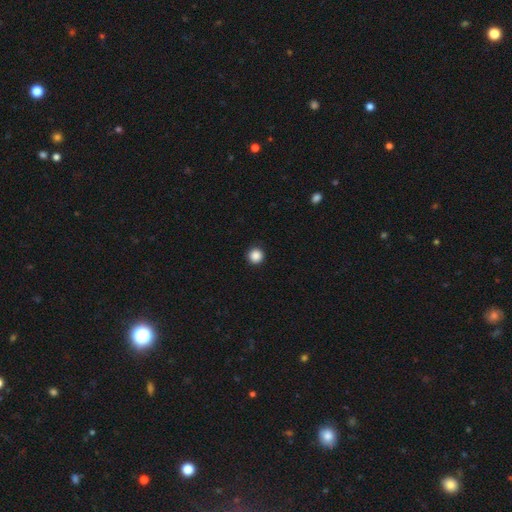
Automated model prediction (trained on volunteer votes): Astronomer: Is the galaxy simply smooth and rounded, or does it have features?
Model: smooth — 88%.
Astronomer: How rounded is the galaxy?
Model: round — 96%.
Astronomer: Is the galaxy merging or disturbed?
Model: none — 93%.